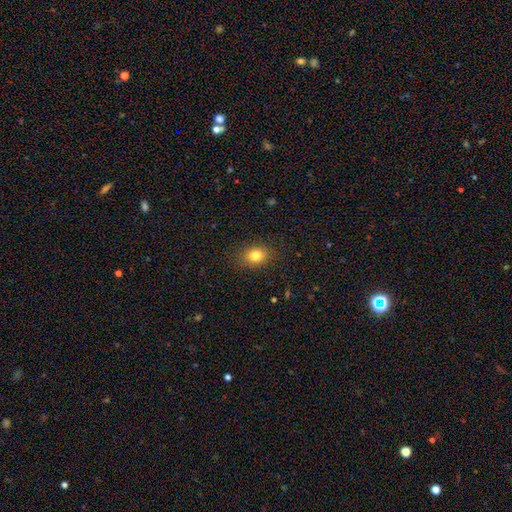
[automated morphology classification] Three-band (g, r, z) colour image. It shows a smooth galaxy with no disk features (81%) that is in between round and cigar-shaped (53%). Merging: none (86%).